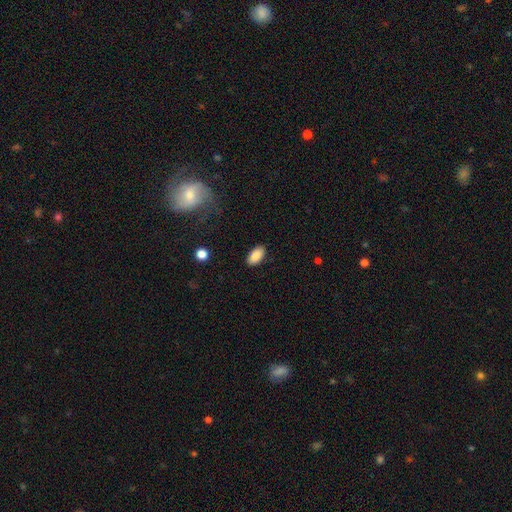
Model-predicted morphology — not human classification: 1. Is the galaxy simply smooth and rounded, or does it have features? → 88% smooth, 7% star or artifact, 5% featured or disk.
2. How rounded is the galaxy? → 93% in between, 4% cigar-shaped, 3% round.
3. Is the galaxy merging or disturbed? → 87% none, 9% minor disturbance, 2% major disturbance, 1% merger.